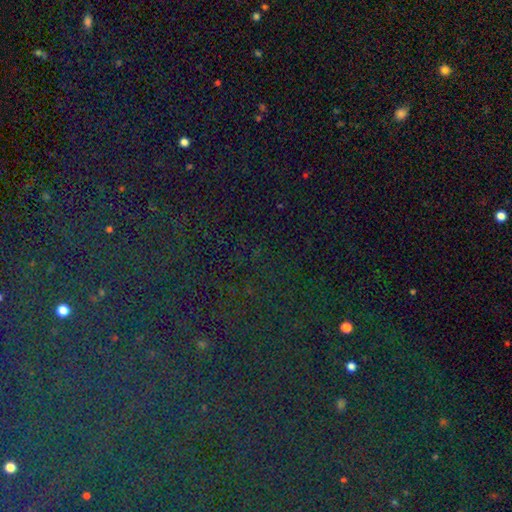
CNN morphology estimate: Smooth or featured?
  - star or artifact: 82% *
  - smooth: 10%
  - featured or disk: 8%